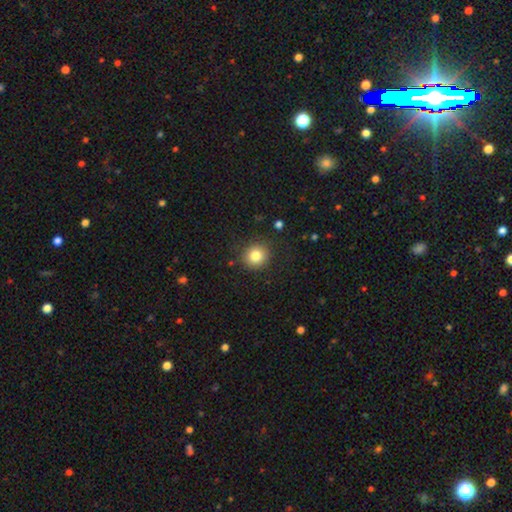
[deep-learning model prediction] smooth 81%, star or artifact 11%, featured or disk 8%. Down the decision tree: how rounded — round (90%); merging — none (87%).